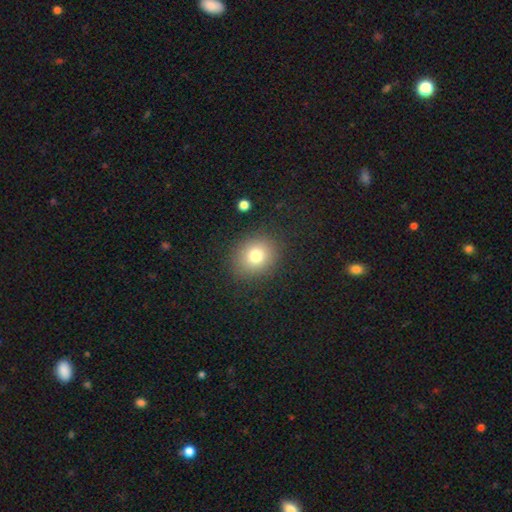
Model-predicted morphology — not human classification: Q: Smooth or featured?
A: smooth (77%); runner-up: star or artifact (13%)
Q: How rounded?
A: round (73%); runner-up: in between (26%)
Q: Merging?
A: none (87%); runner-up: minor disturbance (8%)